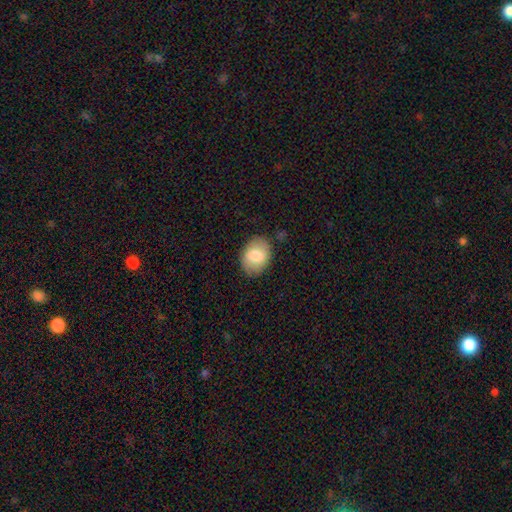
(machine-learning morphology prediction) The model was most divided on "how rounded": in between: 73%, round: 25%, cigar-shaped: 1%. More confident: merging — none (83%); smooth or featured — smooth (77%).